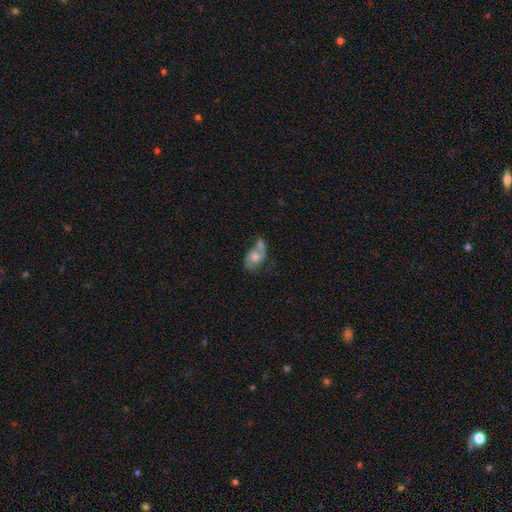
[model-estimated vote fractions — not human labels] This appears to be a featured or disk galaxy (46%). Merging: merger (45%).